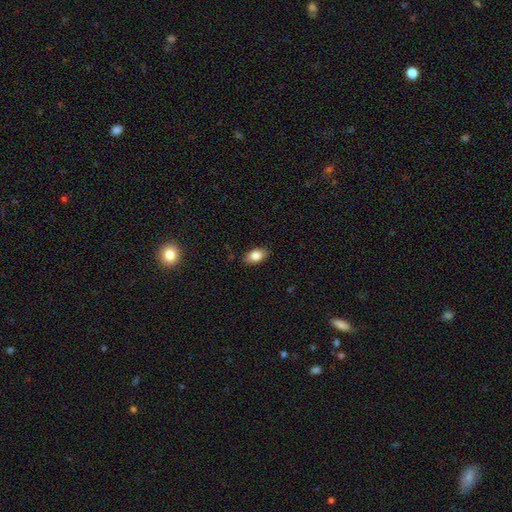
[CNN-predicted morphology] type=smooth (82%); roundness=in between (90%); merging=none (87%).